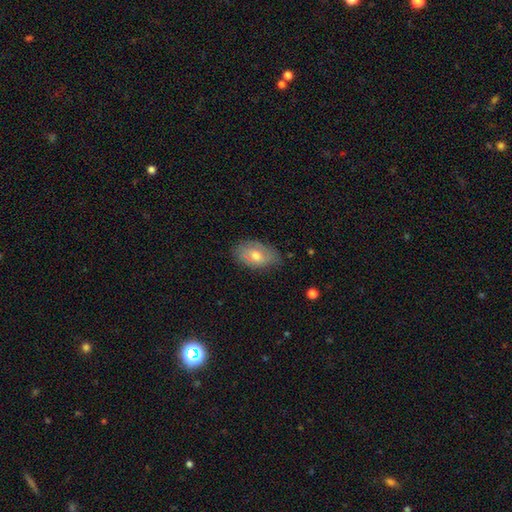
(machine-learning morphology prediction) A smooth galaxy with no disk features (53%) that is in between round and cigar-shaped (90%).

Vote fractions:
- Smooth or featured? smooth: 53% / featured or disk: 38% / star or artifact: 9%
- How rounded? in between: 90% / round: 8% / cigar-shaped: 2%
- Merging? none: 74% / minor disturbance: 21% / major disturbance: 4% / merger: 1%